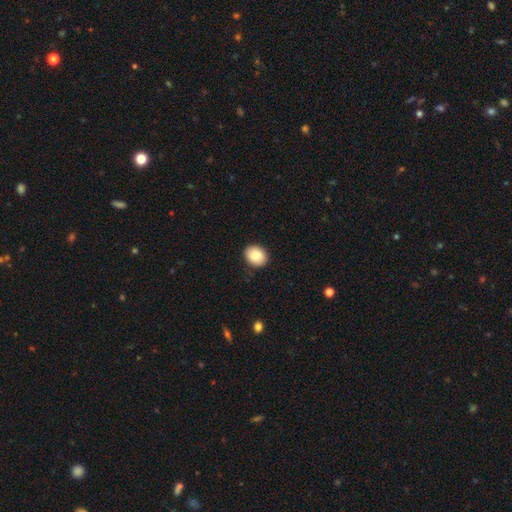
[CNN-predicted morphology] type=smooth (83%); roundness=round (56%); merging=none (89%).